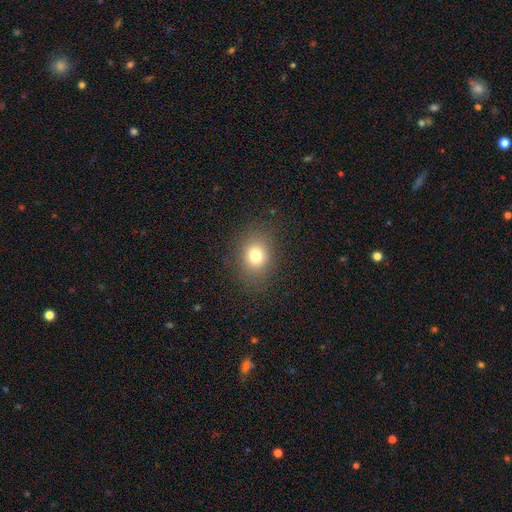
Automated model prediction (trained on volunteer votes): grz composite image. It shows a smooth galaxy with no disk features (76%) that is round (60%). Merging: none (85%).